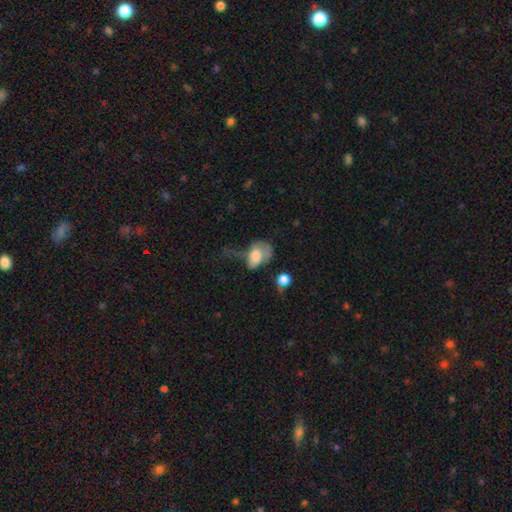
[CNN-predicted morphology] This is likely a smooth galaxy (64%). How rounded: likely in between (77%). Merging: possibly major disturbance (54%).